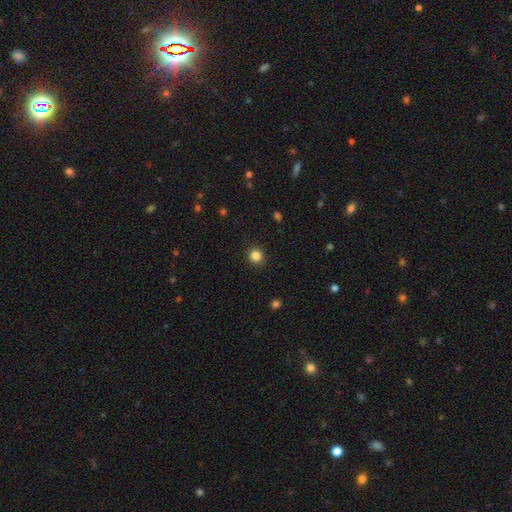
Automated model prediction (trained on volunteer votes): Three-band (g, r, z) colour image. It shows a smooth galaxy with no disk features (84%) that is round (93%). Merging: none (92%).